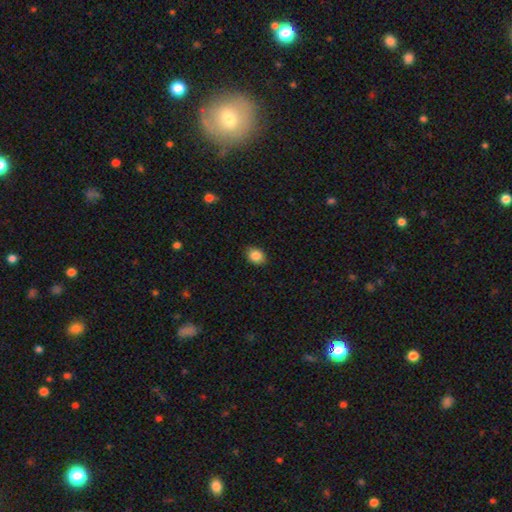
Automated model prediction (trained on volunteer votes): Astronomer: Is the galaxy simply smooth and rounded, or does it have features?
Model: smooth — 86%.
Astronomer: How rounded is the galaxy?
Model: in between — 60% (runner-up: round, 39%).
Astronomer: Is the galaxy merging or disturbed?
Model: none — 87%.